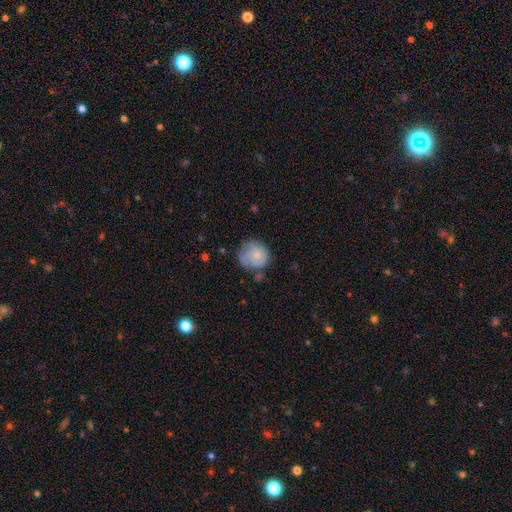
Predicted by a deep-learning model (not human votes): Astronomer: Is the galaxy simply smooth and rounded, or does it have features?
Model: smooth — 75%.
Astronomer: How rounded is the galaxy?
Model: round — 87%.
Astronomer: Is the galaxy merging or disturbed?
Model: none — 57%.